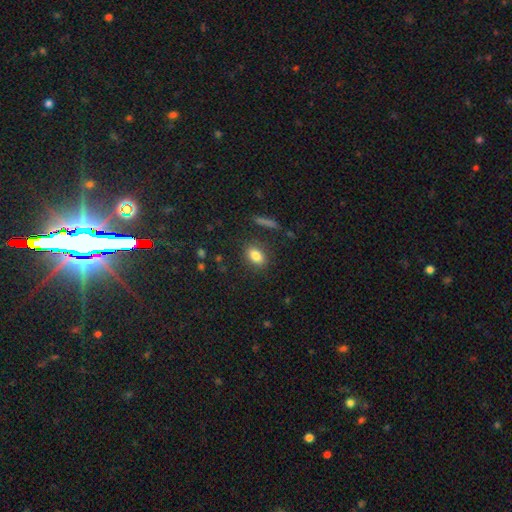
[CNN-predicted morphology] Smooth or featured? Predicted: smooth (p=0.83). How rounded? Predicted: in between (p=0.79). Merging? Predicted: none (p=0.85).